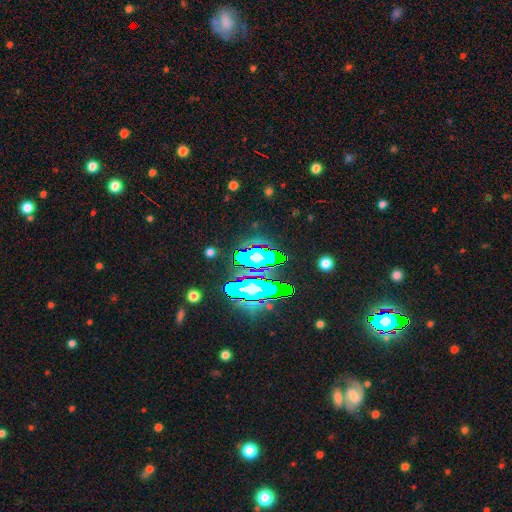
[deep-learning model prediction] Smooth or featured? star or artifact (70%)